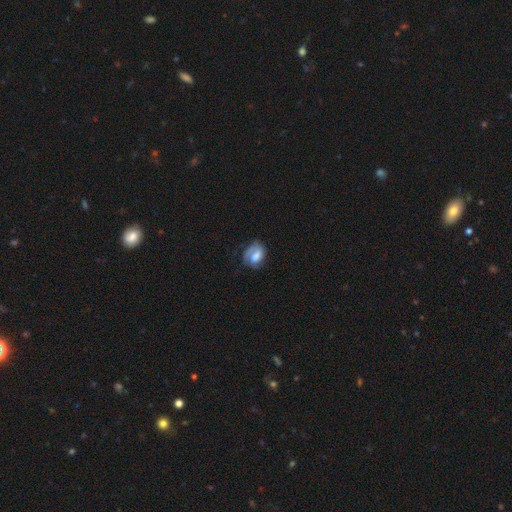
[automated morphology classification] Overall: smooth (46%; featured or disk 45%). Merging: none (48%; minor disturbance 29%).